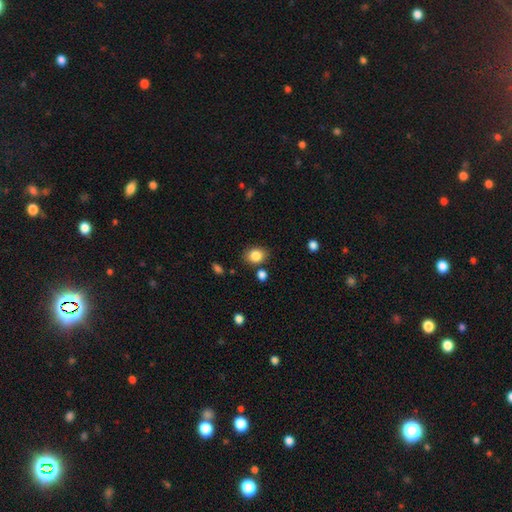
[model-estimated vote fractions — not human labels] Smooth or featured? Predicted: smooth (p=0.85). How rounded? Predicted: round (p=0.57). Merging? Predicted: none (p=0.80).